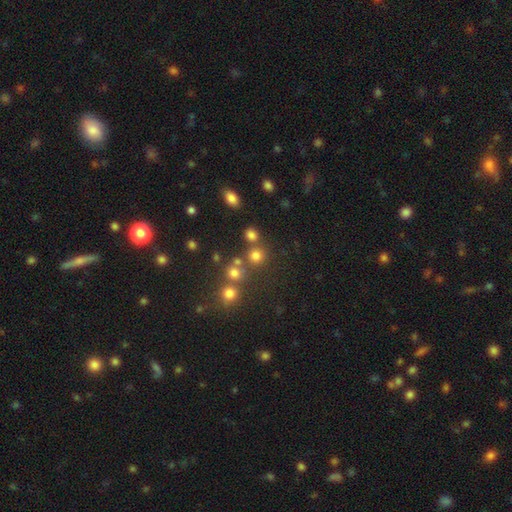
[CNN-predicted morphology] Q: Smooth or featured?
A: smooth (75%); runner-up: star or artifact (18%)
Q: How rounded?
A: round (89%); runner-up: in between (10%)
Q: Merging?
A: none (71%); runner-up: merger (17%)